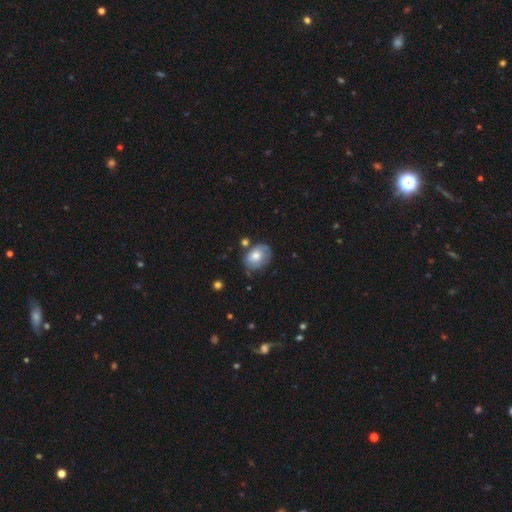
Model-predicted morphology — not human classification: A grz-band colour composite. It shows a smooth galaxy with no disk features (62%) that is in between round and cigar-shaped (68%). Merging: none (60%).